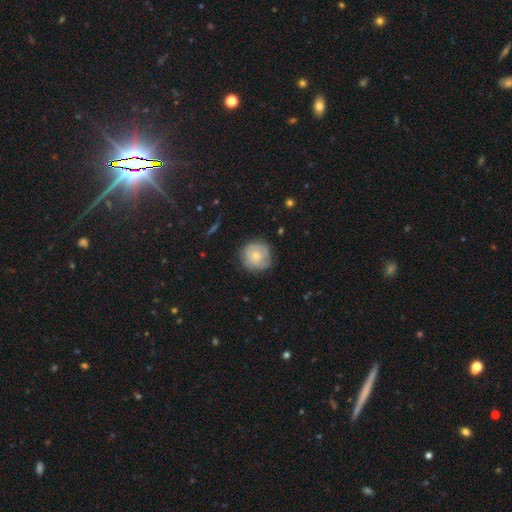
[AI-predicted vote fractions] Smooth or featured? Predicted: smooth (p=0.51). How rounded? Predicted: round (p=0.92). Merging? Predicted: none (p=0.73).